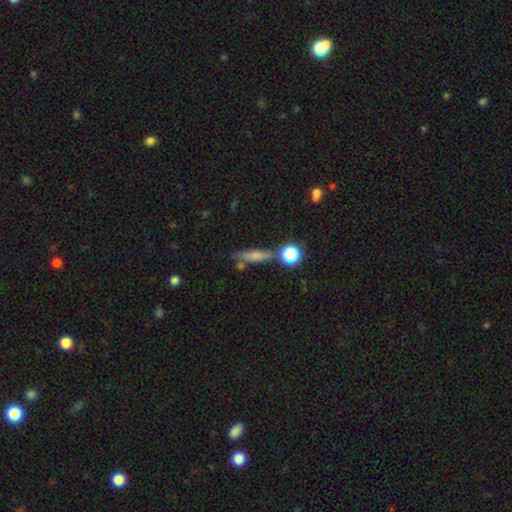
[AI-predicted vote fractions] This is likely a smooth galaxy (66%). How rounded: likely cigar-shaped (65%). Merging: likely none (67%).